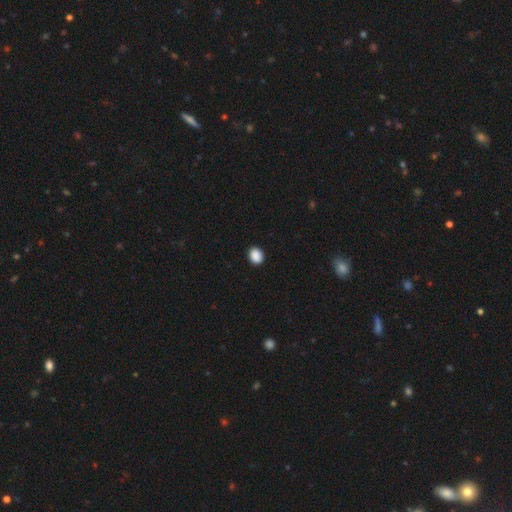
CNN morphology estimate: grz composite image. It shows a smooth galaxy with no disk features (90%) that is round (50%). Merging: none (91%).